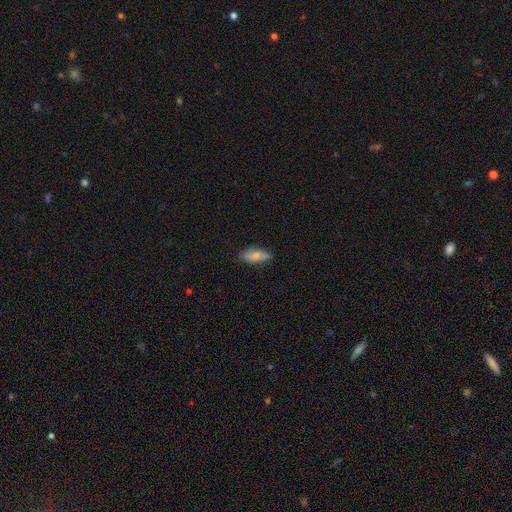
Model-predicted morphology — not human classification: The model was most divided on "merging": none: 66%, minor disturbance: 24%, major disturbance: 5%, merger: 4%. More confident: smooth or featured — smooth (76%); how rounded — in between (76%).